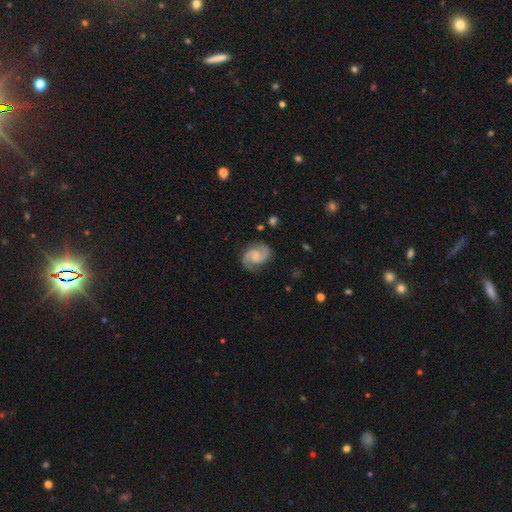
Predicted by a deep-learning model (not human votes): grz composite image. It shows a featured or disk galaxy (86%) with no bar (49%), 2 (93%) medium (56%) spiral arms (98%) and a small central bulge (39%). Merging: none (82%).